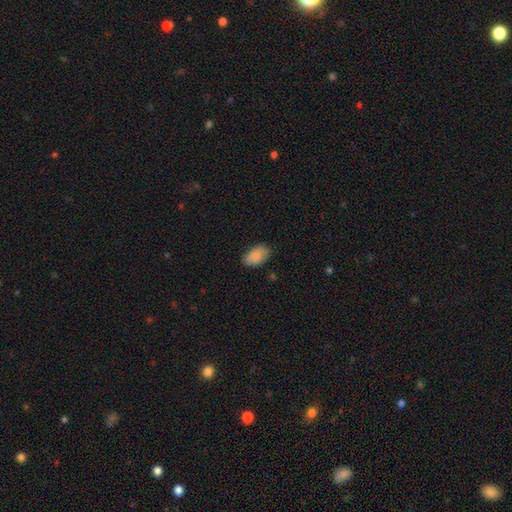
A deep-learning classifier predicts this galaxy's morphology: The model was most divided on "merging": none: 79%, minor disturbance: 17%, major disturbance: 3%, merger: 1%. More confident: how rounded — in between (93%); smooth or featured — smooth (87%).